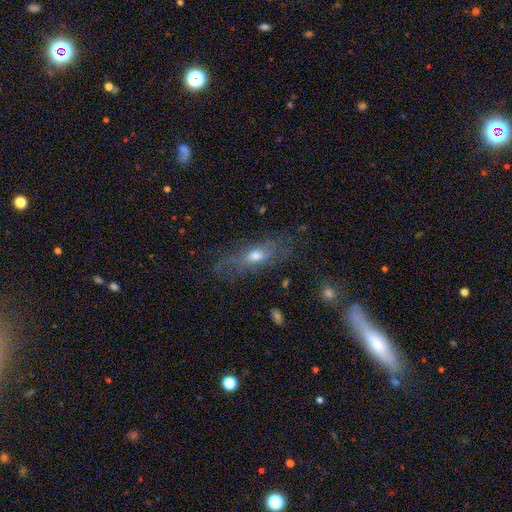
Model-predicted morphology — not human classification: This appears to be a featured or disk galaxy (46%). Merging: none (58%).